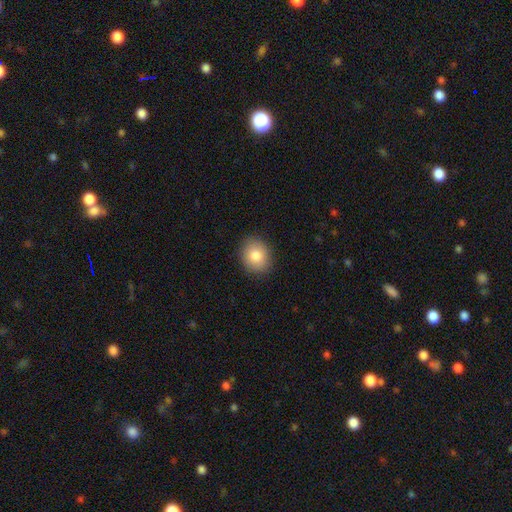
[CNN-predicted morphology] A smooth galaxy with no disk features (83%) that is round (60%). Merging: none (88%).